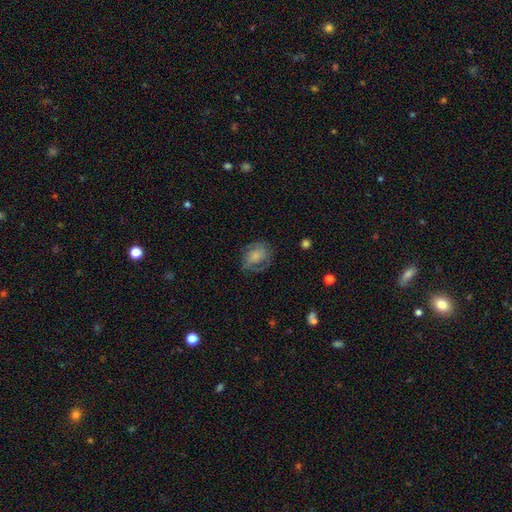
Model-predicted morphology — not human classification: Smooth or featured? smooth (48%)
Merging? none (63%)